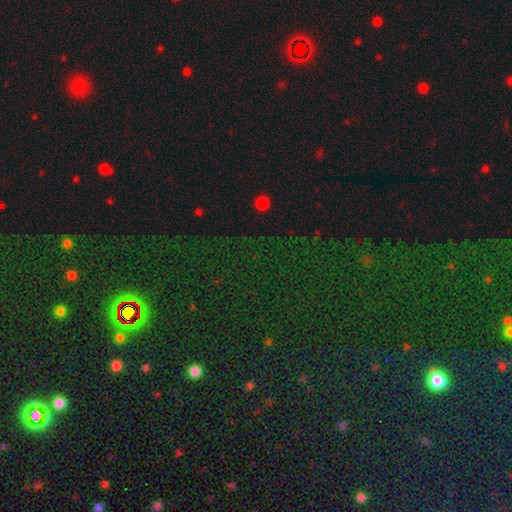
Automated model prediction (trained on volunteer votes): Smooth or featured? Predicted: star or artifact (p=0.79).